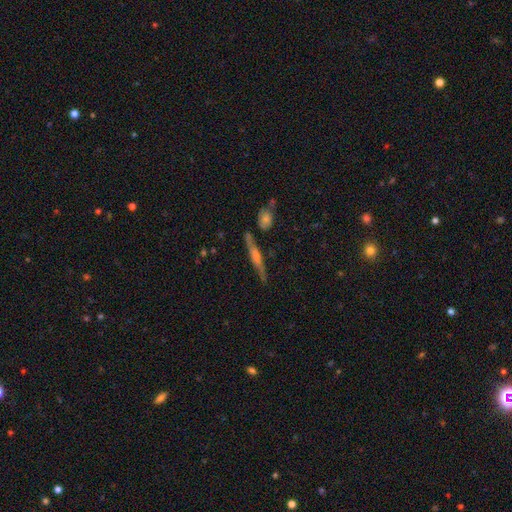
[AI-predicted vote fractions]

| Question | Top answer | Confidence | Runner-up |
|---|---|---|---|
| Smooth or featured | featured or disk | 70% | smooth (22%) |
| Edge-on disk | yes | 95% | no (5%) |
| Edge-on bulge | rounded | 68% | none (17%) |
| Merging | none | 81% | minor disturbance (11%) |